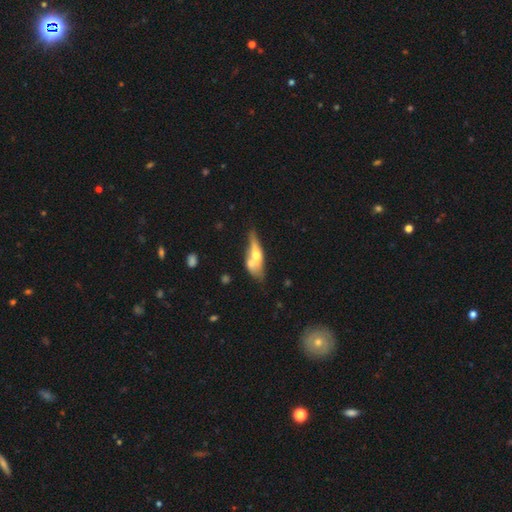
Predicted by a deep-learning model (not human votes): This appears to be a featured or disk galaxy (50%). Merging: merger (45%).